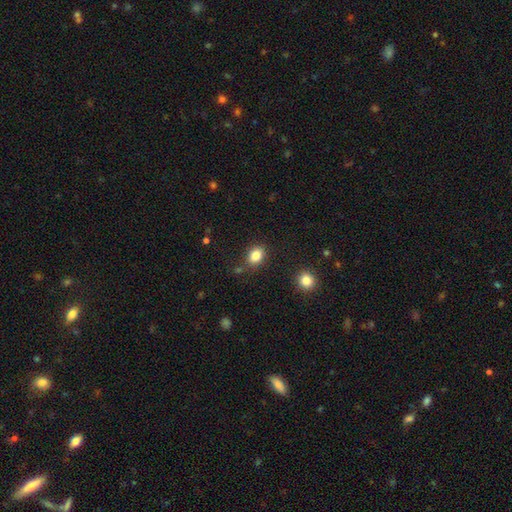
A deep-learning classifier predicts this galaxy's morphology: This appears to be a smooth galaxy with no disk features (83%) that is in between round and cigar-shaped (56%). Merging: none (80%).